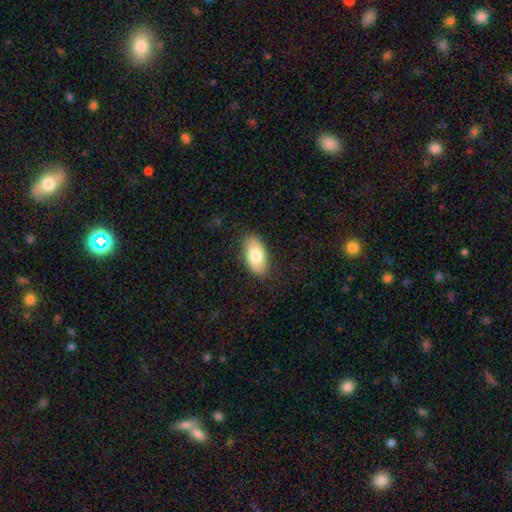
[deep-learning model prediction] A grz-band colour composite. It shows a smooth galaxy with no disk features (78%) that is in between round and cigar-shaped (94%). Merging: none (86%).